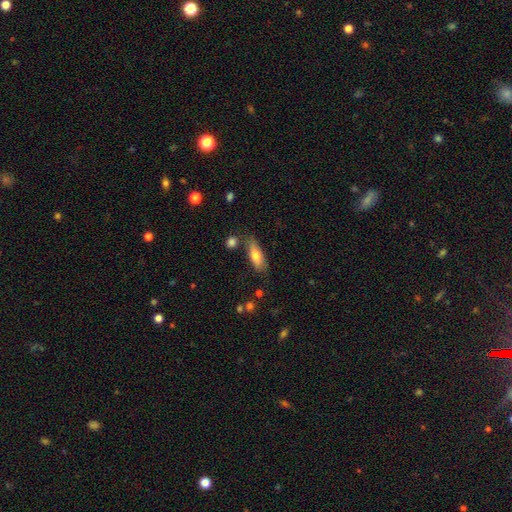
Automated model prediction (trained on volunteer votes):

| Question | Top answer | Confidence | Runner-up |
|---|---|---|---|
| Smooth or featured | smooth | 69% | featured or disk (24%) |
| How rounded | in between | 59% | cigar-shaped (39%) |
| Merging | none | 71% | minor disturbance (18%) |